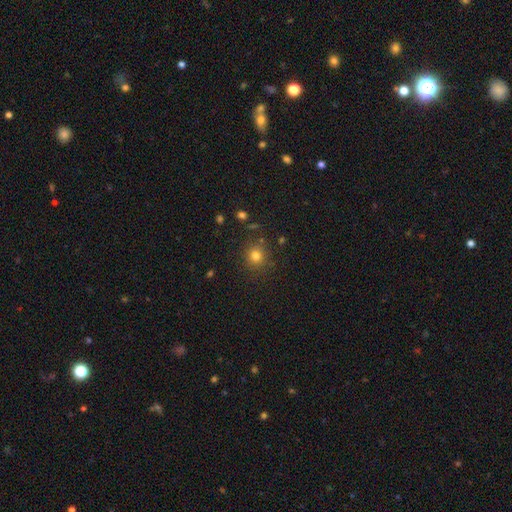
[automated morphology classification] A smooth galaxy with no disk features (79%) that is round (91%).

Vote fractions:
- Smooth or featured? smooth: 79% / star or artifact: 15% / featured or disk: 6%
- How rounded? round: 91% / in between: 8% / cigar-shaped: 1%
- Merging? none: 85% / minor disturbance: 9% / major disturbance: 3% / merger: 3%